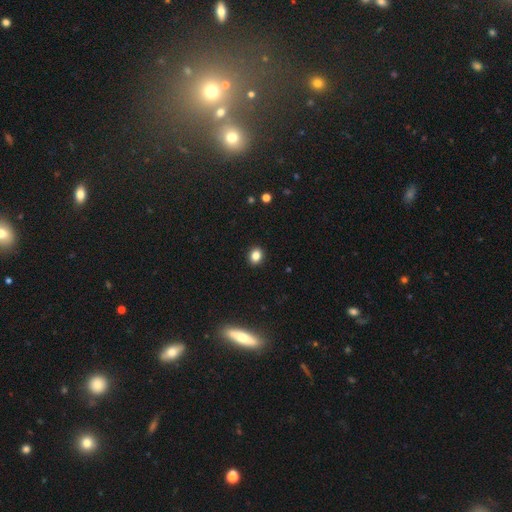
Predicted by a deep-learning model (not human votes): Overall: smooth (83%). How rounded: round (59%; in between 40%). Merging: none (91%).